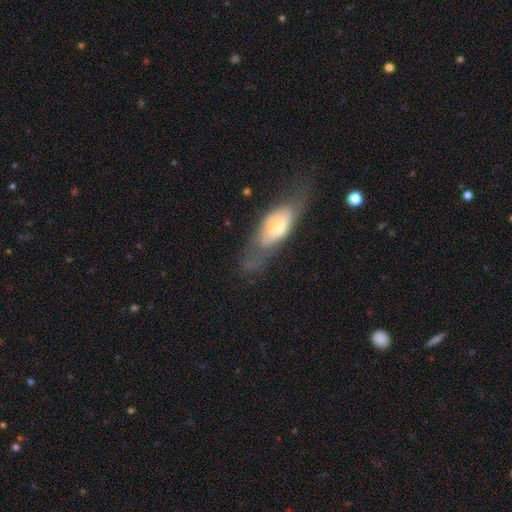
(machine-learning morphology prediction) smooth_or_featured: featured or disk (p=0.54) [alt: smooth p=0.38]
disk_edge_on: no (p=0.62) [alt: yes p=0.38]
merging: none (p=0.61) [alt: minor disturbance p=0.22]